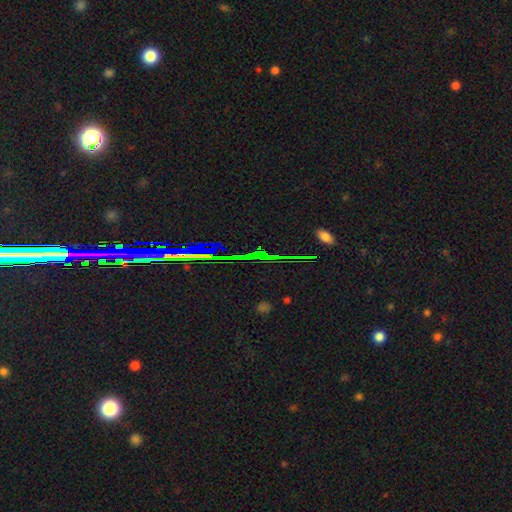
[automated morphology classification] This appears to be a star or artifact, not a galaxy (76%).